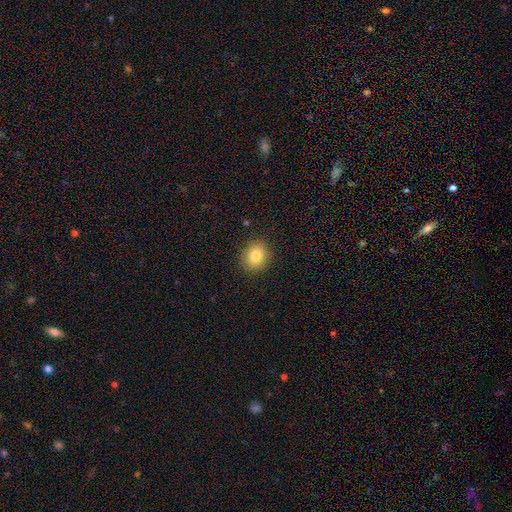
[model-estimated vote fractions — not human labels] Overall: smooth (81%). How rounded: round (68%; in between 32%). Merging: none (89%).